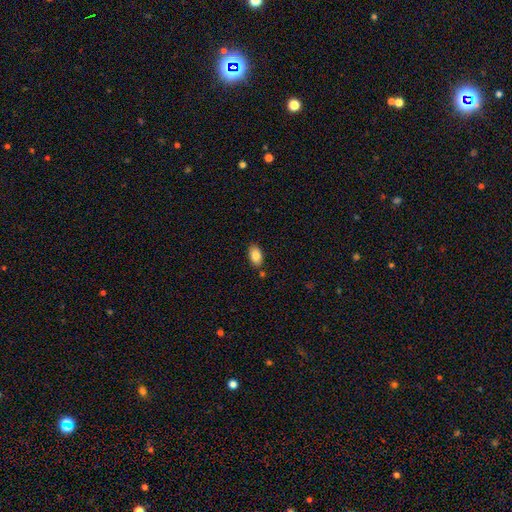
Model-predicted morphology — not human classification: Smooth or featured? smooth (84%)
How rounded? in between (92%)
Merging? none (81%)